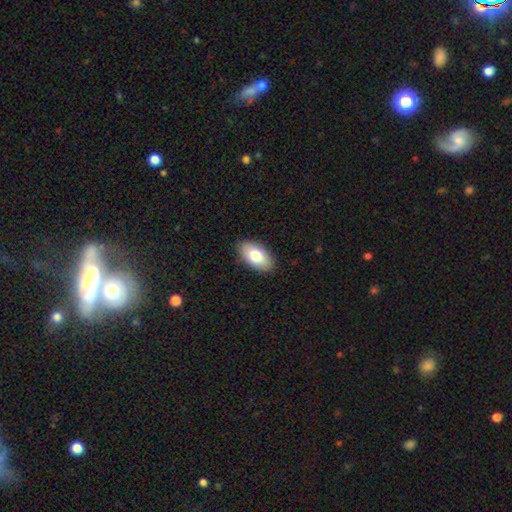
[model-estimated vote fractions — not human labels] Smooth or featured? smooth (77%)
How rounded? in between (94%)
Merging? none (89%)